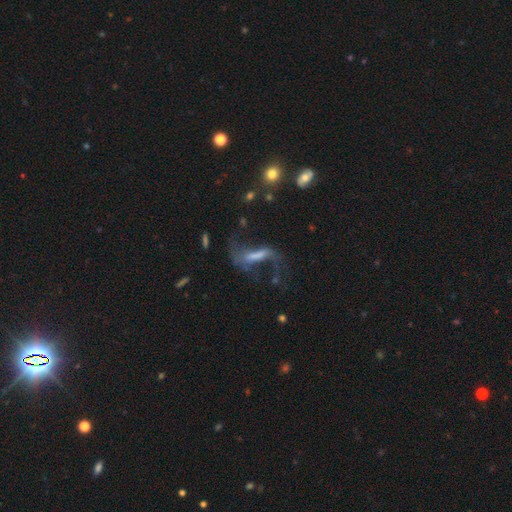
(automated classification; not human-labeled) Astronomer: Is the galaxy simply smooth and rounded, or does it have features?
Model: featured or disk — 65%.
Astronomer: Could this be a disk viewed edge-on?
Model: no — 85%.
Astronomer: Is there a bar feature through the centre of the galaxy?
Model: strong — 49% (runner-up: weak, 33%).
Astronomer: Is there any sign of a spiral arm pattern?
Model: yes — 79%.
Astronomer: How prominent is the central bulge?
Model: none — 39% (runner-up: moderate, 26%).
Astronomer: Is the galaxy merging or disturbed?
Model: none — 46% (runner-up: major disturbance, 31%).